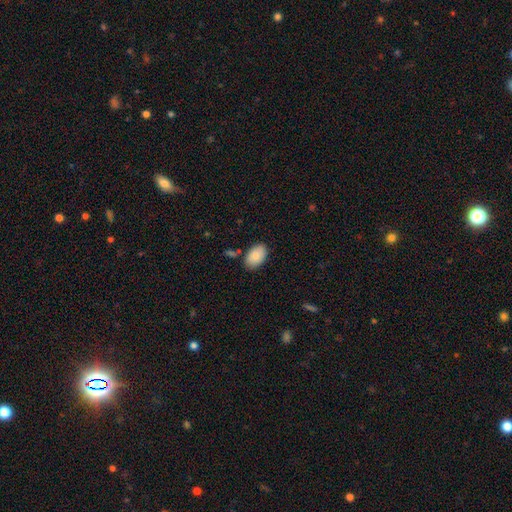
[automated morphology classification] Smooth or featured? smooth (87%)
How rounded? in between (93%)
Merging? none (82%)